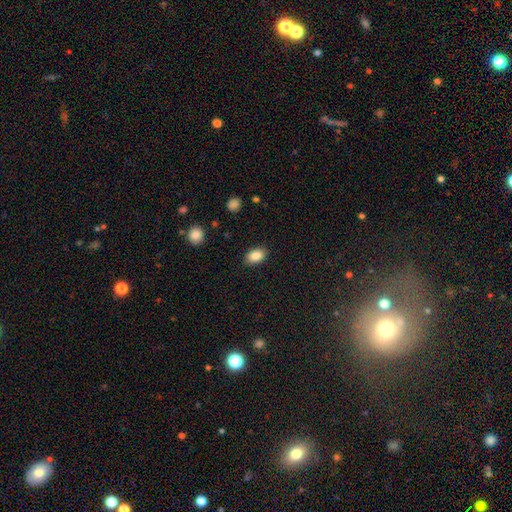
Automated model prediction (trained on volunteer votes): Overall: smooth (87%). How rounded: in between (86%). Merging: none (88%).